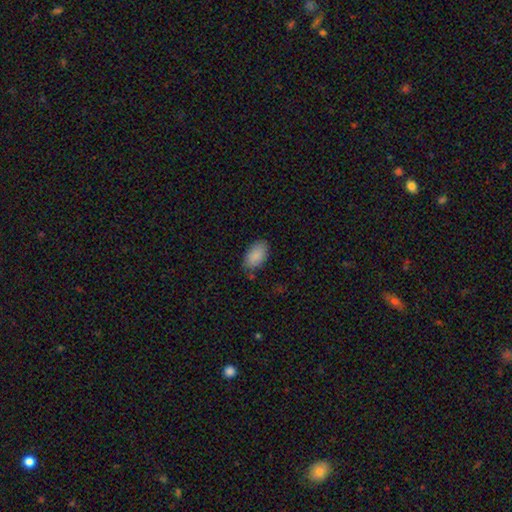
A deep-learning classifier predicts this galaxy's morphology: Smooth or featured: smooth — 89% (star or artifact — 7%)
How rounded: in between — 94% (round — 4%)
Merging: none — 78% (minor disturbance — 17%)